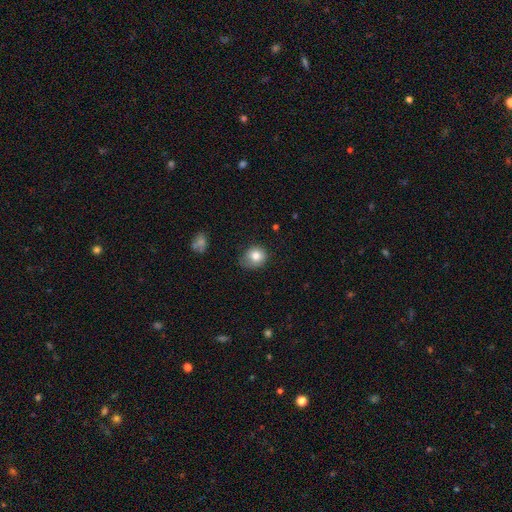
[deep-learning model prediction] smooth-or-featured: smooth: 79% | featured or disk: 11% | star or artifact: 10%
  how-rounded: round: 70% | in between: 29% | cigar-shaped: 1%
  merging: none: 57% | minor disturbance: 32% | major disturbance: 9% | merger: 2%